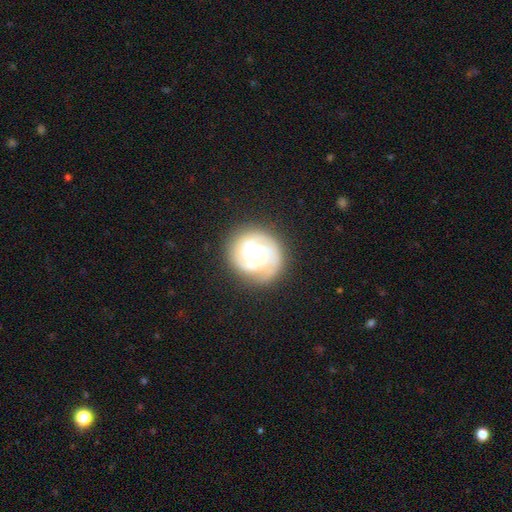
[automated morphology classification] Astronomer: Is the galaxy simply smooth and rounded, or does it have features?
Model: featured or disk — 81%.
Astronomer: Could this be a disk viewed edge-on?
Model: no — 98%.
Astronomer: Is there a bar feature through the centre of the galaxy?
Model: no — 50% (runner-up: weak, 40%).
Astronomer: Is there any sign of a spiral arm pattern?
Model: yes — 96%.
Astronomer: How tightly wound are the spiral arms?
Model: tight — 53% (runner-up: medium, 38%).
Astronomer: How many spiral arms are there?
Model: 3 — 46%.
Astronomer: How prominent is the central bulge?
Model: small — 44% (runner-up: moderate, 42%).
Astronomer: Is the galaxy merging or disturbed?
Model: none — 78%.